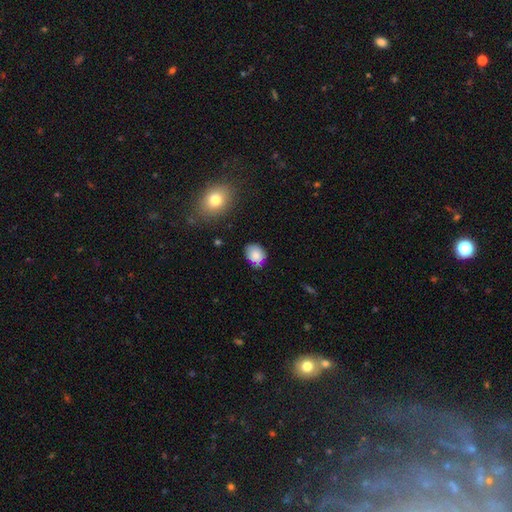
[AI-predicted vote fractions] Morphology: type=smooth (79%); roundness=in between (51%); merging=none (68%).